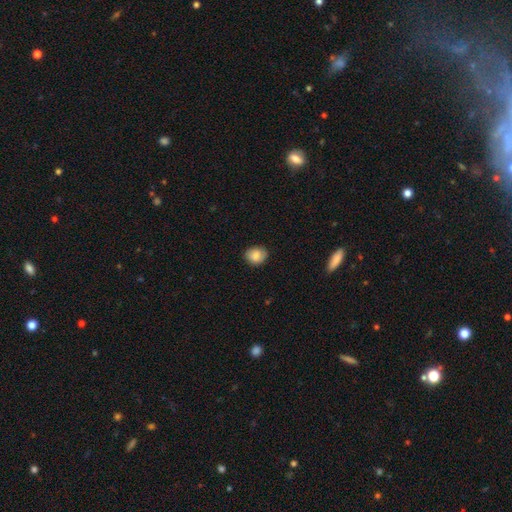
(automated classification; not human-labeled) This is clearly a smooth galaxy (82%). How rounded: possibly round (58%). Merging: likely none (80%).